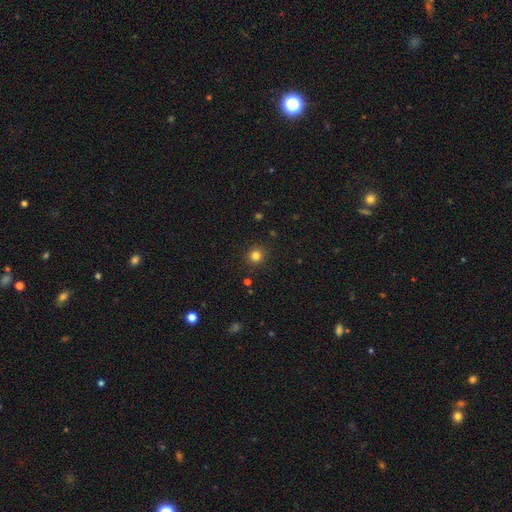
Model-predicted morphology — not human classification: A smooth galaxy with no disk features (82%) that is round (92%).

Vote fractions:
- Smooth or featured? smooth: 82% / star or artifact: 13% / featured or disk: 5%
- How rounded? round: 92% / in between: 7% / cigar-shaped: 1%
- Merging? none: 90% / minor disturbance: 6% / major disturbance: 2% / merger: 1%